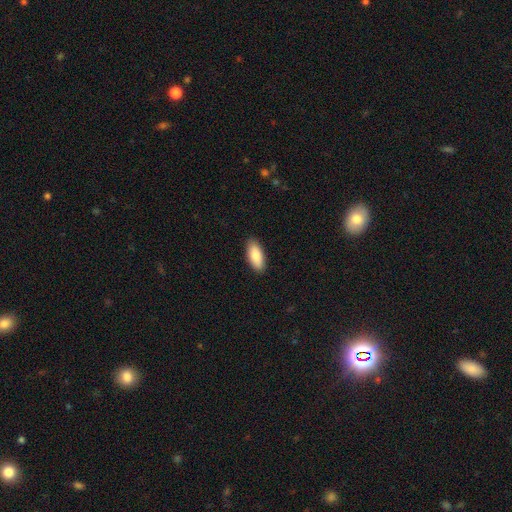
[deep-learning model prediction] Smooth or featured? smooth (85%)
How rounded? in between (83%)
Merging? none (90%)